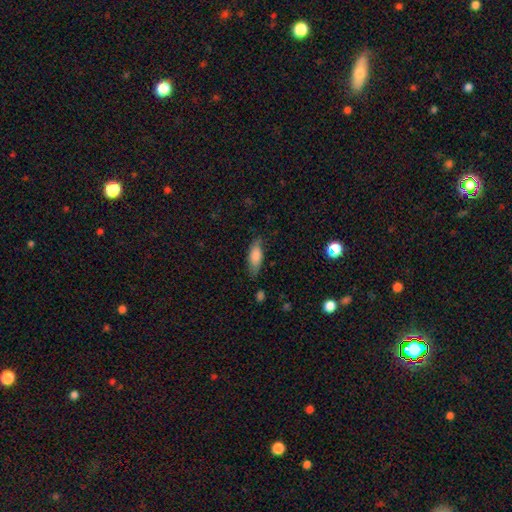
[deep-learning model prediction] smooth 78%, featured or disk 15%, star or artifact 7%. Down the decision tree: how rounded — in between (77%); merging — none (68%).